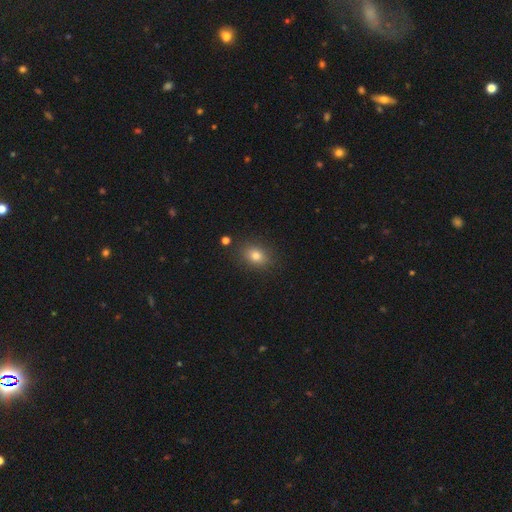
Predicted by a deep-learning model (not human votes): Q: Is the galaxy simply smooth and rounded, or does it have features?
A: smooth — 79%.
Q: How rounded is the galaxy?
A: in between — 64%.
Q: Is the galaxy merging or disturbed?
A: none — 84%.